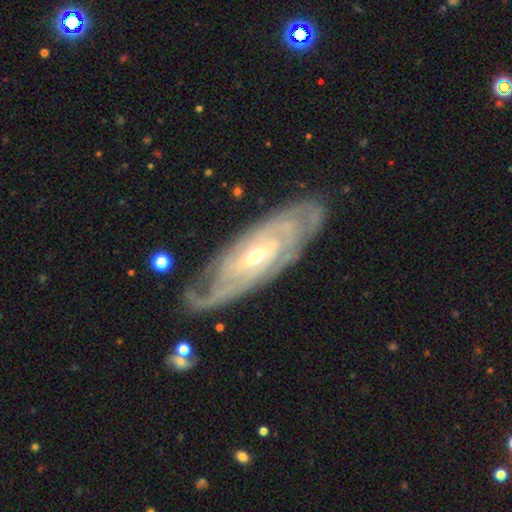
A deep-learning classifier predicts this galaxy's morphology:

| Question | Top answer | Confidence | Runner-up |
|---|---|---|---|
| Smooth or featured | featured or disk | 88% | smooth (7%) |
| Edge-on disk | no | 87% | yes (13%) |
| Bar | no | 54% | weak (32%) |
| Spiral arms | yes | 95% | no (5%) |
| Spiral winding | tight | 74% | medium (21%) |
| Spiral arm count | can't tell | 40% | 2 (25%) |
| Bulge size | small | 63% | moderate (34%) |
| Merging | none | 75% | minor disturbance (17%) |